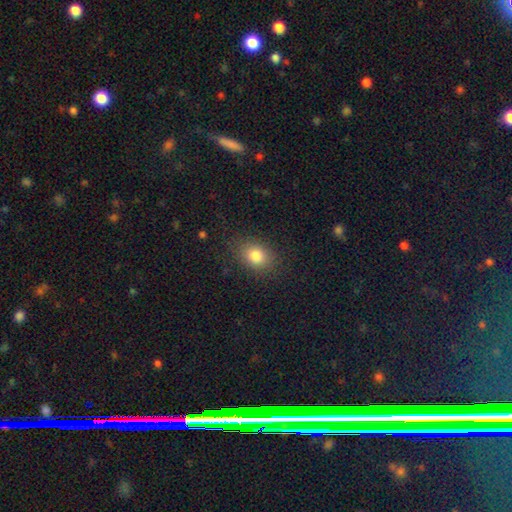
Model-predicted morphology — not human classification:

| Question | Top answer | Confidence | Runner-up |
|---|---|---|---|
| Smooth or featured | smooth | 82% | star or artifact (11%) |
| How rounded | in between | 61% | round (38%) |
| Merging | none | 83% | minor disturbance (11%) |